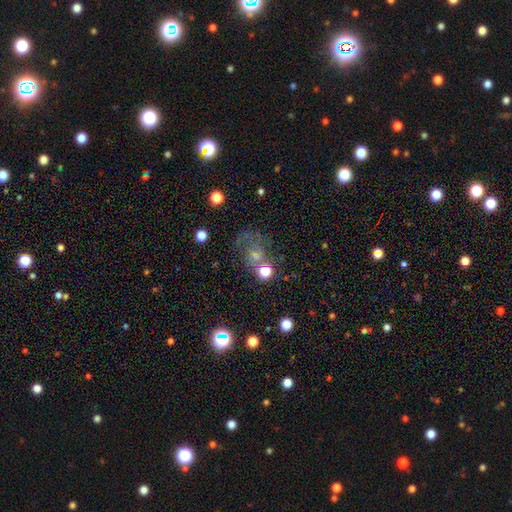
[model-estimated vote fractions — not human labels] Morphology: type=featured or disk (39%); merging=none (48%).